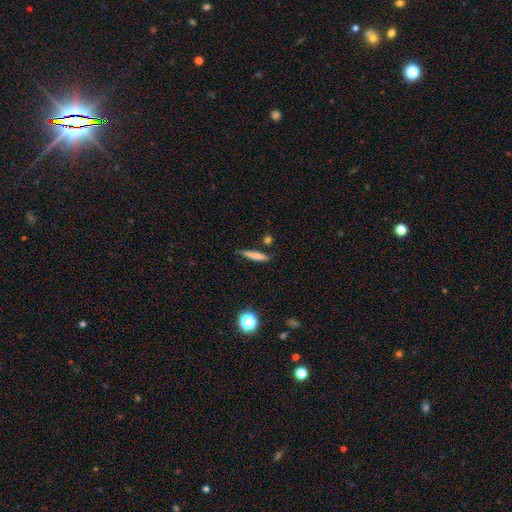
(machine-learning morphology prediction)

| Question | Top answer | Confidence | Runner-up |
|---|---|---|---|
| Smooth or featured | smooth | 73% | featured or disk (19%) |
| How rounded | cigar-shaped | 88% | in between (10%) |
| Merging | none | 81% | minor disturbance (13%) |